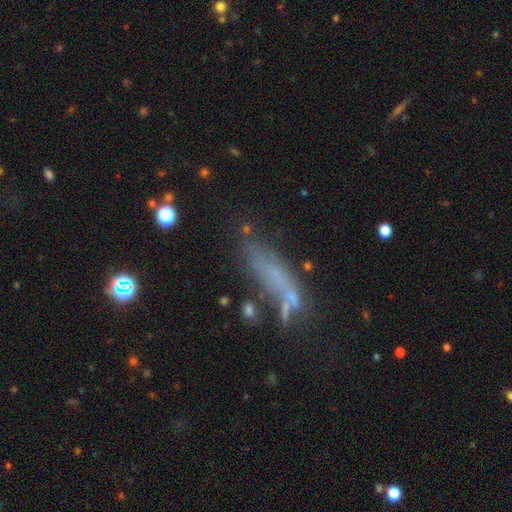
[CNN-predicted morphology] Smooth or featured?
  - smooth: 43% *
  - featured or disk: 37%
  - star or artifact: 21%
Merging?
  - none: 42% *
  - minor disturbance: 22%
  - major disturbance: 21%
  - merger: 15%